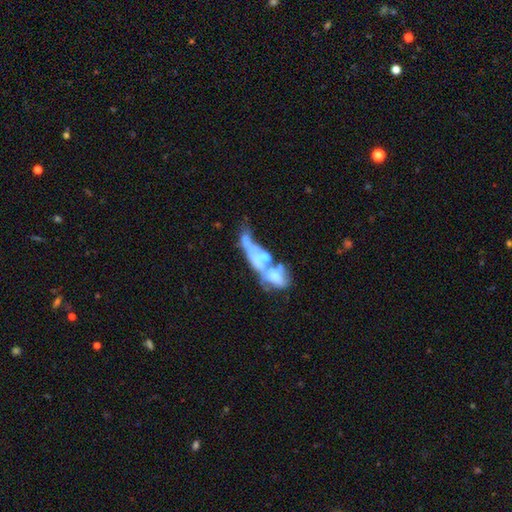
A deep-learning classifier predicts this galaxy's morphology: Q: Smooth or featured?
A: featured or disk (48%); runner-up: smooth (35%)
Q: Merging?
A: merger (53%); runner-up: none (21%)